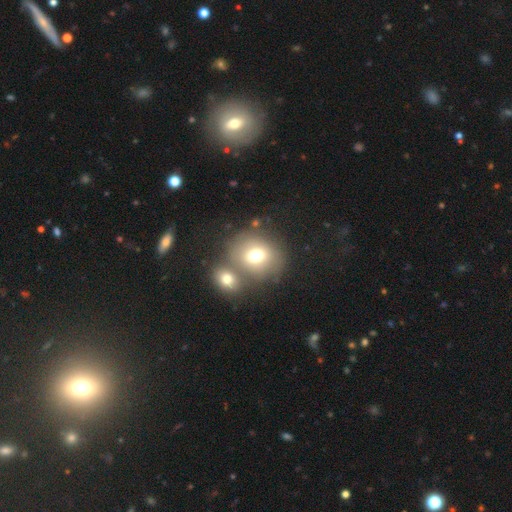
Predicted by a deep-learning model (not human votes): smooth 70%, featured or disk 18%, star or artifact 12%. Down the decision tree: how rounded — round (74%); merging — none (49%).